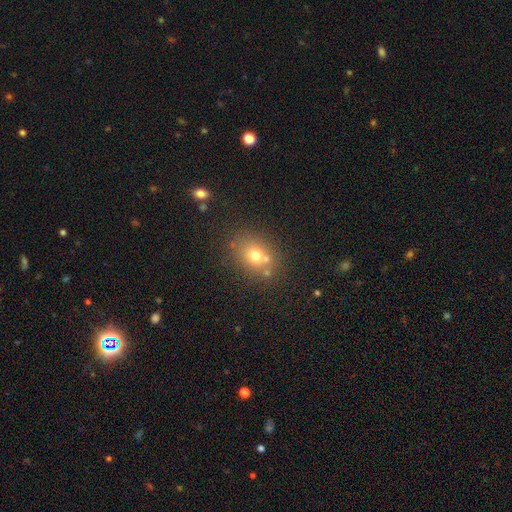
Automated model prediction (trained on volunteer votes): A smooth galaxy with no disk features (69%) that is round (54%).

Vote fractions:
- Smooth or featured? smooth: 69% / featured or disk: 16% / star or artifact: 16%
- How rounded? round: 54% / in between: 45% / cigar-shaped: 1%
- Merging? none: 67% / merger: 16% / minor disturbance: 12% / major disturbance: 4%